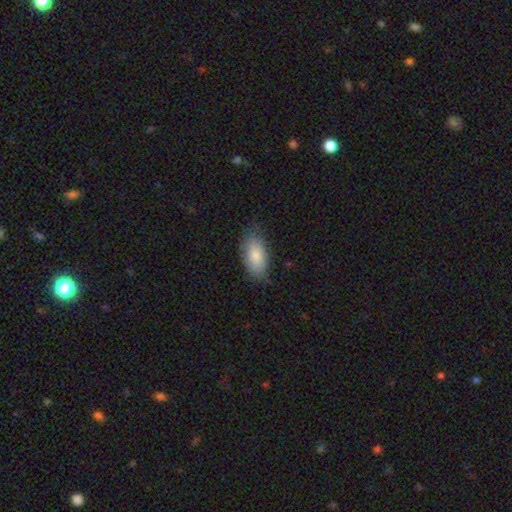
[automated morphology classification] A smooth galaxy with no disk features (82%) that is in between round and cigar-shaped (92%). Merging: none (77%).